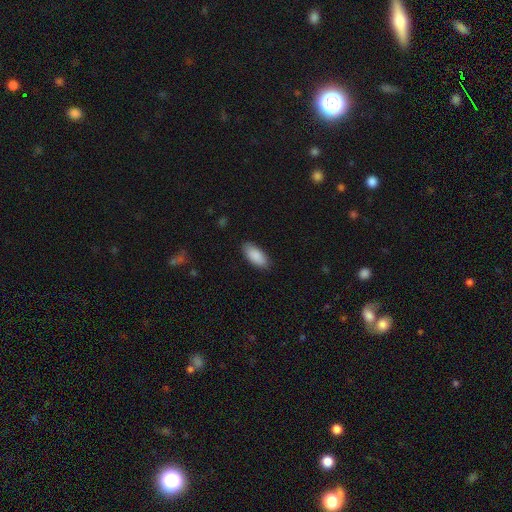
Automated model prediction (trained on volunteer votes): smooth 90%, star or artifact 6%, featured or disk 5%. Down the decision tree: how rounded — in between (89%); merging — none (87%).